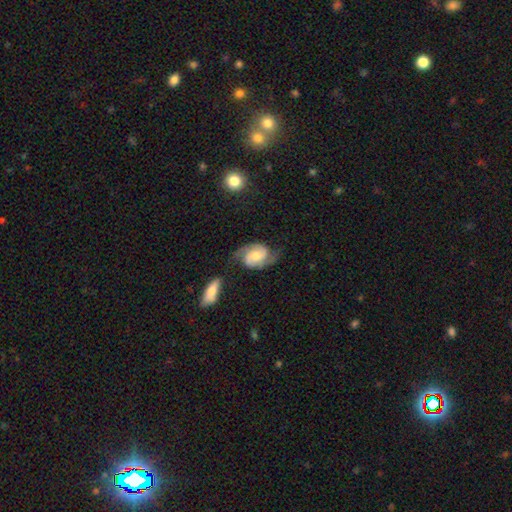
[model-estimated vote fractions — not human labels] smooth-or-featured: featured or disk: 83% | smooth: 12% | star or artifact: 6%
  disk-edge-on: no: 97% | yes: 3%
    bar: no: 51% | weak: 38% | strong: 11%
    has-spiral-arms: yes: 96% | no: 4%
      spiral-winding: medium: 51% | tight: 28% | loose: 21%
      spiral-arm-count: 2: 91% | can't tell: 4% | 1: 2% | 3: 1% | 4: 1% | more than 4: 1%
    bulge-size: moderate: 58% | small: 26% | large: 11% | none: 4% | dominant: 2%
  merging: none: 65% | minor disturbance: 19% | major disturbance: 9% | merger: 6%